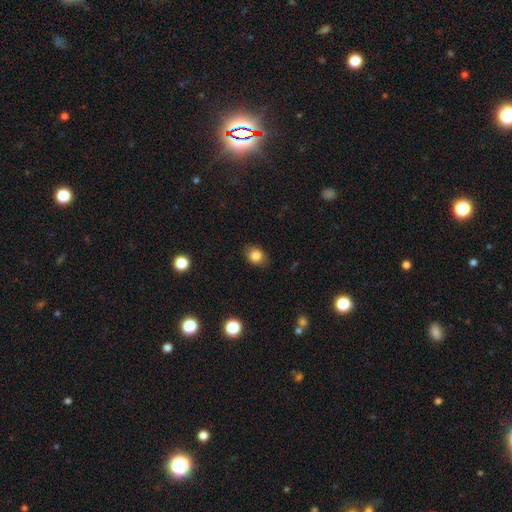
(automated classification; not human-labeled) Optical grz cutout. It shows a smooth galaxy with no disk features (83%) that is in between round and cigar-shaped (52%). Merging: none (83%).